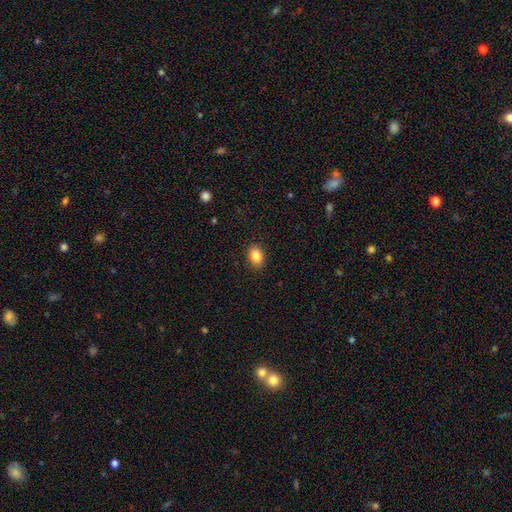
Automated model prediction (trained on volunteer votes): This appears to be a smooth galaxy with no disk features (86%) that is in between round and cigar-shaped (80%). Merging: none (88%).